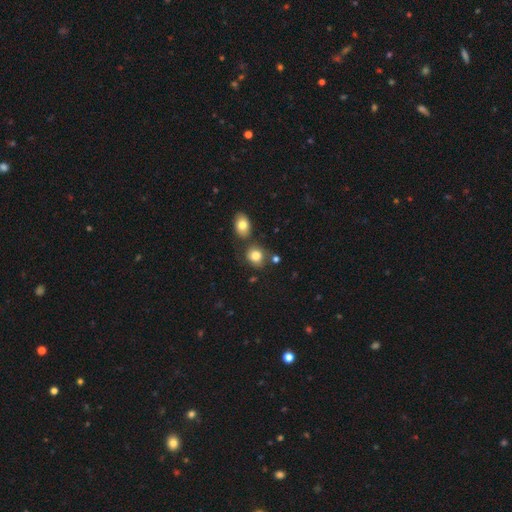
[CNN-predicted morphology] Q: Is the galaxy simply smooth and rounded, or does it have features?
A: smooth — 81%.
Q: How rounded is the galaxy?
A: round — 62%.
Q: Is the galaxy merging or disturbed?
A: none — 66%.